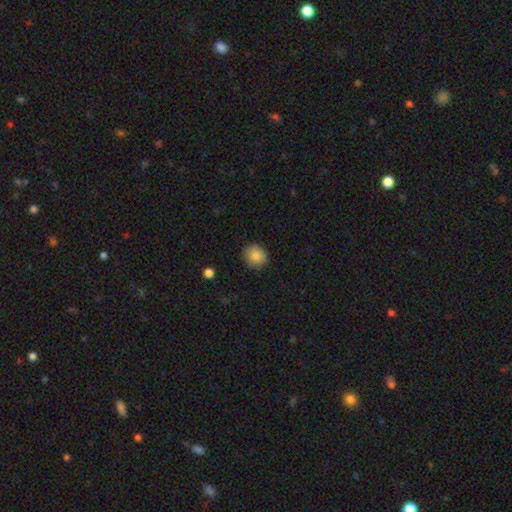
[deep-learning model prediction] Smooth or featured: smooth — 86% (star or artifact — 9%)
How rounded: round — 81% (in between — 18%)
Merging: none — 87% (minor disturbance — 10%)